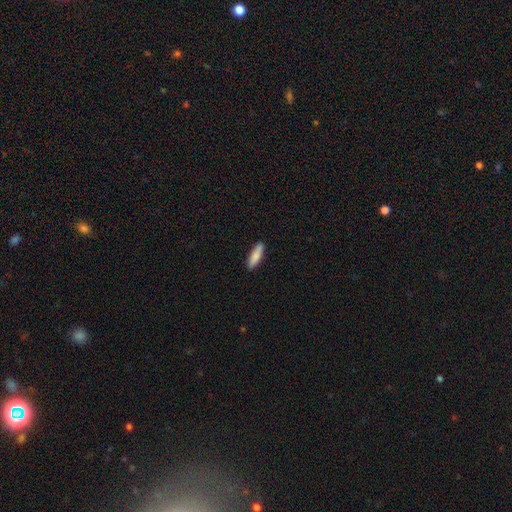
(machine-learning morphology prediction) The model was most divided on "how rounded": cigar-shaped: 63%, in between: 36%, round: 2%. More confident: merging — none (89%); smooth or featured — smooth (85%).